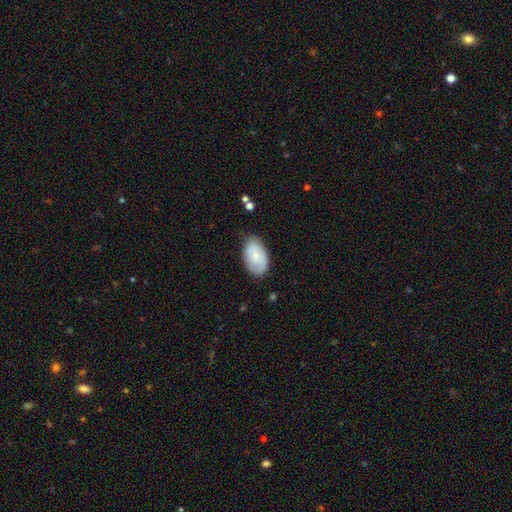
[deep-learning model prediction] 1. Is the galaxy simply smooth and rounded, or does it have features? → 62% smooth, 31% featured or disk, 7% star or artifact.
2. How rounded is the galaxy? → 92% in between, 6% round, 1% cigar-shaped.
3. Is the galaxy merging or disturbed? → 75% none, 19% minor disturbance, 4% major disturbance, 1% merger.